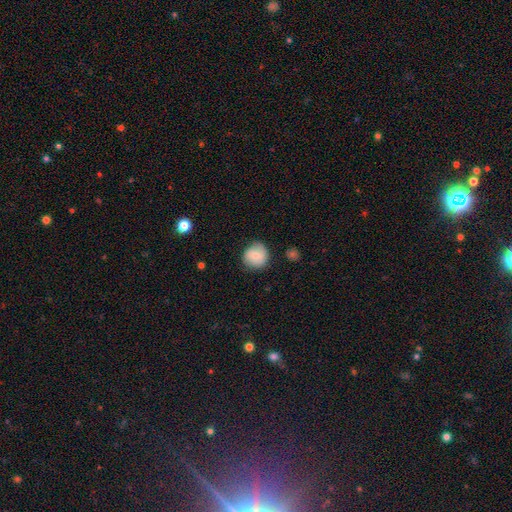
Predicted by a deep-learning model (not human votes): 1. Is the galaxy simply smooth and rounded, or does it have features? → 78% smooth, 14% featured or disk, 8% star or artifact.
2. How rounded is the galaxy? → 88% round, 11% in between, 1% cigar-shaped.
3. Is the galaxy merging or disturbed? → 75% none, 20% minor disturbance, 4% major disturbance, 2% merger.